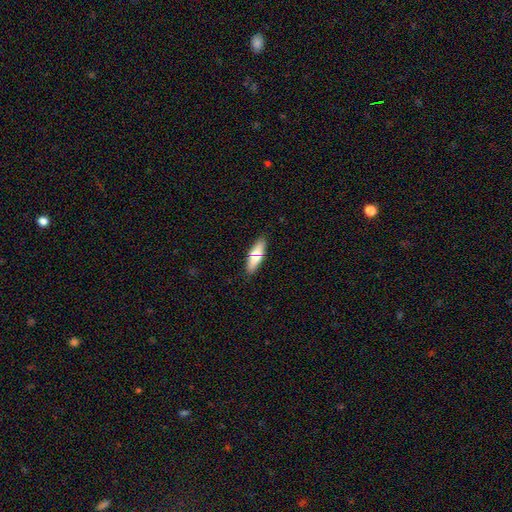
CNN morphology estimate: A smooth galaxy with no disk features (64%) that is cigar-shaped (52%). Merging: none (86%).